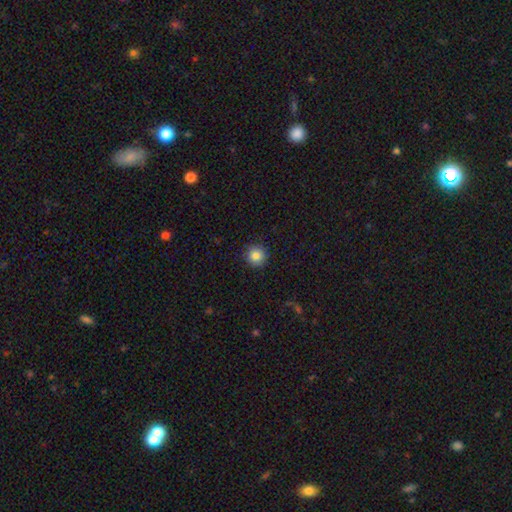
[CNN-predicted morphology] smooth_or_featured: smooth (p=0.84) [alt: star or artifact p=0.10]
how_rounded: round (p=0.95) [alt: in between p=0.04]
merging: none (p=0.90) [alt: minor disturbance p=0.07]